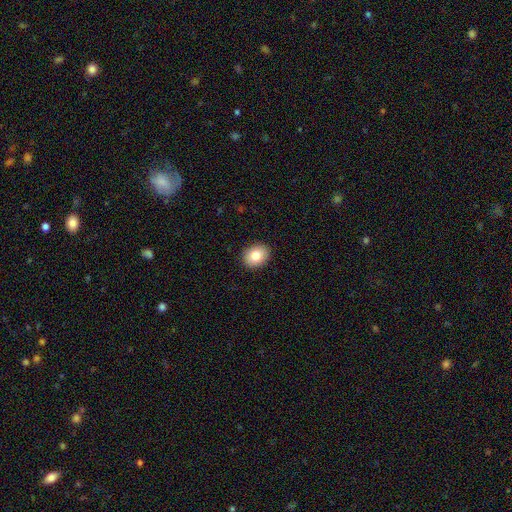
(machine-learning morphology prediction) A smooth galaxy with no disk features (83%) that is in between round and cigar-shaped (55%).

Vote fractions:
- Smooth or featured? smooth: 83% / featured or disk: 9% / star or artifact: 8%
- How rounded? in between: 55% / round: 44% / cigar-shaped: 1%
- Merging? none: 91% / minor disturbance: 7% / major disturbance: 2% / merger: 1%